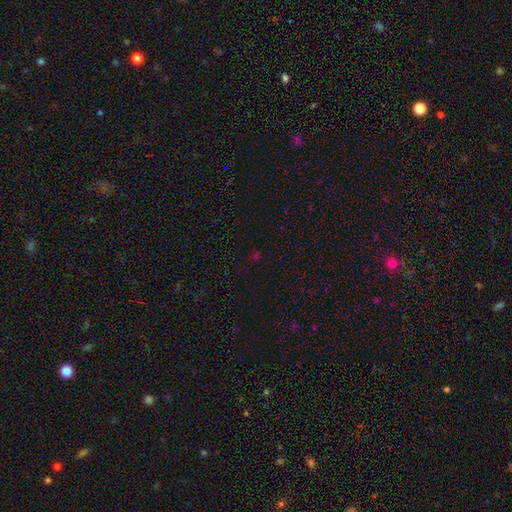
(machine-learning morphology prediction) star or artifact 59%, smooth 33%, featured or disk 7%.